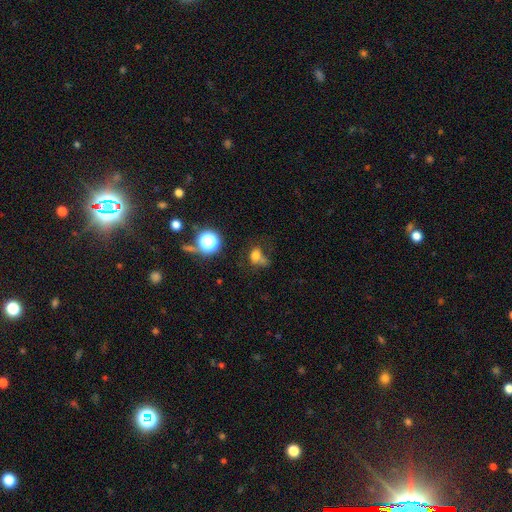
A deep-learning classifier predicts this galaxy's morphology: A smooth galaxy with no disk features (65%) that is round (50%).

Vote fractions:
- Smooth or featured? smooth: 65% / star or artifact: 21% / featured or disk: 14%
- How rounded? round: 50% / in between: 48% / cigar-shaped: 2%
- Merging? none: 37% / major disturbance: 24% / minor disturbance: 22% / merger: 18%